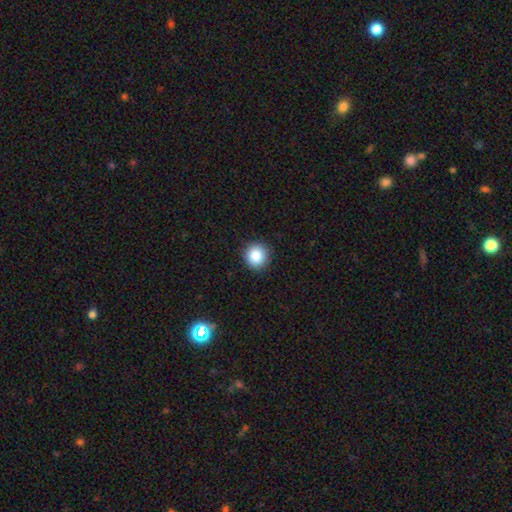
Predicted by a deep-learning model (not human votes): The model was most divided on "smooth or featured": smooth: 85%, star or artifact: 10%, featured or disk: 5%. More confident: how rounded — round (92%); merging — none (91%).